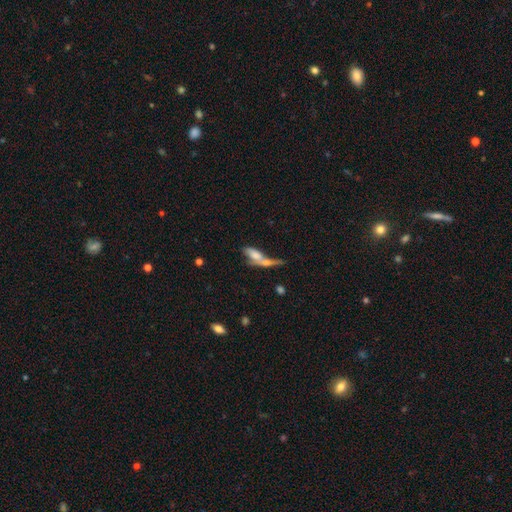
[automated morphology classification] Smooth or featured? smooth (59%)
How rounded? in between (62%)
Merging? merger (56%)